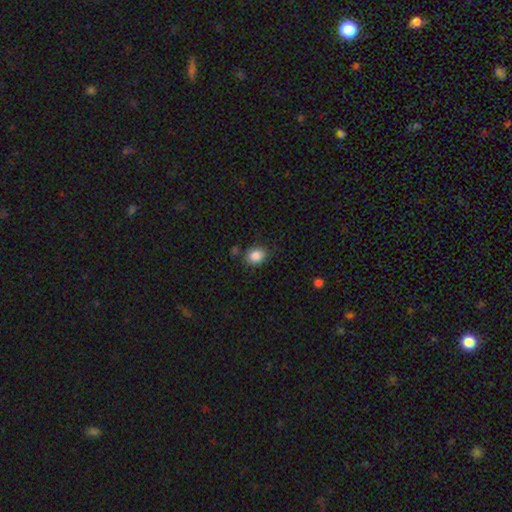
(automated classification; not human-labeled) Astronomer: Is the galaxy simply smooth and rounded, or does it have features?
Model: smooth — 86%.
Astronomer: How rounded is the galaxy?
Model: round — 55% (runner-up: in between, 44%).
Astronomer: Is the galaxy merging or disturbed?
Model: none — 83%.